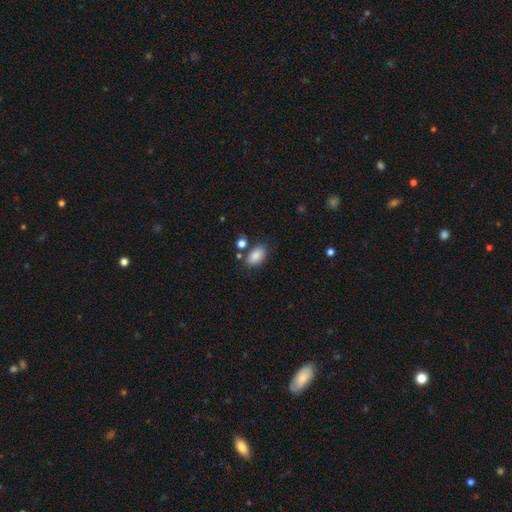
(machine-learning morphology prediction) Smooth or featured? Predicted: smooth (p=0.86). How rounded? Predicted: in between (p=0.89). Merging? Predicted: none (p=0.76).